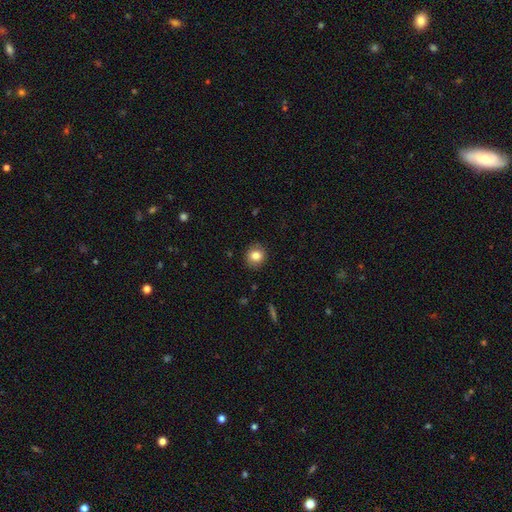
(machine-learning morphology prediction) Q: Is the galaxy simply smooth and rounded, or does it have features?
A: smooth — 83%.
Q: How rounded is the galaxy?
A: round — 84%.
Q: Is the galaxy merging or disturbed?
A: none — 88%.